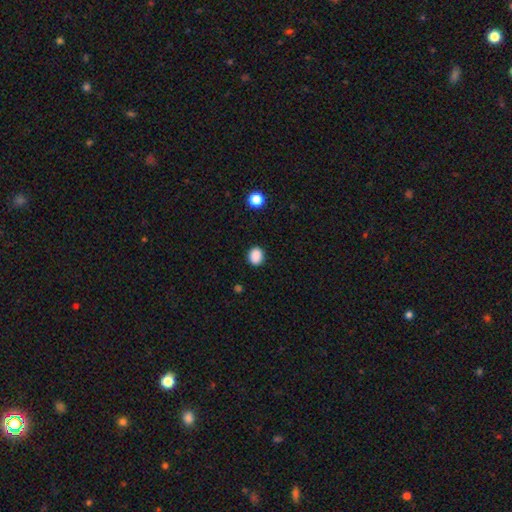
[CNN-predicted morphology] Smooth or featured: smooth — 87% (star or artifact — 10%)
How rounded: round — 68% (in between — 31%)
Merging: none — 86% (minor disturbance — 10%)